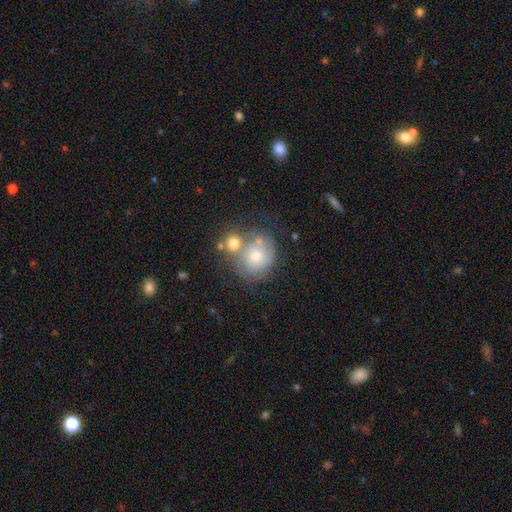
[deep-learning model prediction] Smooth or featured?
  - featured or disk: 44% * (tied)
  - smooth: 44% * (tied)
  - star or artifact: 12%
Merging?
  - none: 42% *
  - merger: 33%
  - minor disturbance: 16%
  - major disturbance: 9%